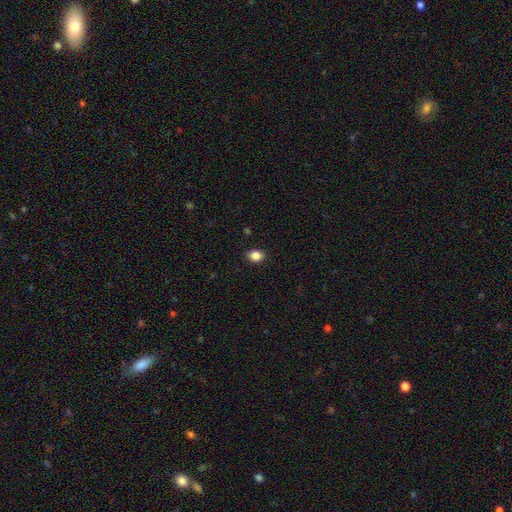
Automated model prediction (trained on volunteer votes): A smooth galaxy with no disk features (86%) that is in between round and cigar-shaped (58%). Merging: none (89%).